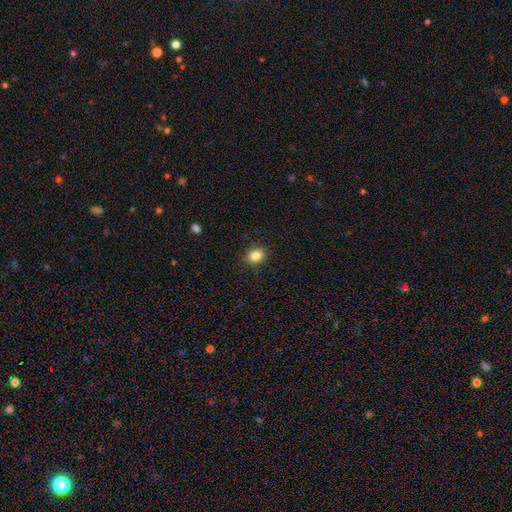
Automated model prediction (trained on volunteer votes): A smooth galaxy with no disk features (84%) that is round (52%). Merging: none (88%).